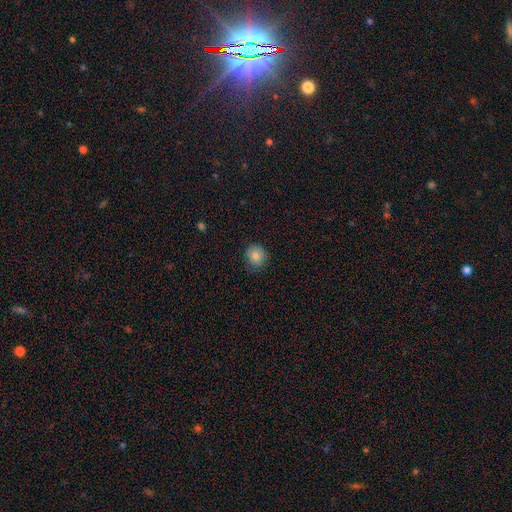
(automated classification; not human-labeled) Smooth or featured? smooth (83%)
How rounded? round (80%)
Merging? none (81%)